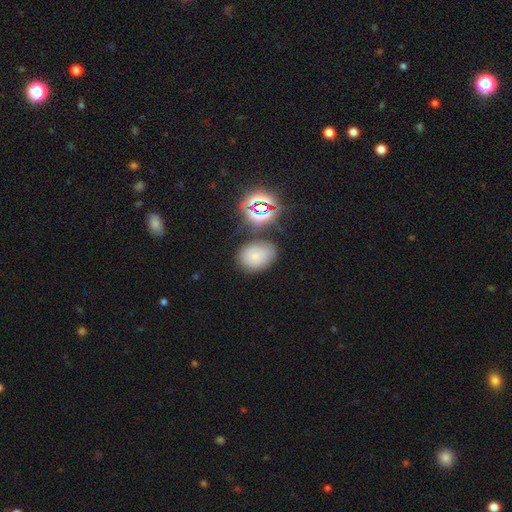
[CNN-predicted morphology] smooth 65%, star or artifact 23%, featured or disk 12%. Down the decision tree: how rounded — in between (68%); merging — none (69%).